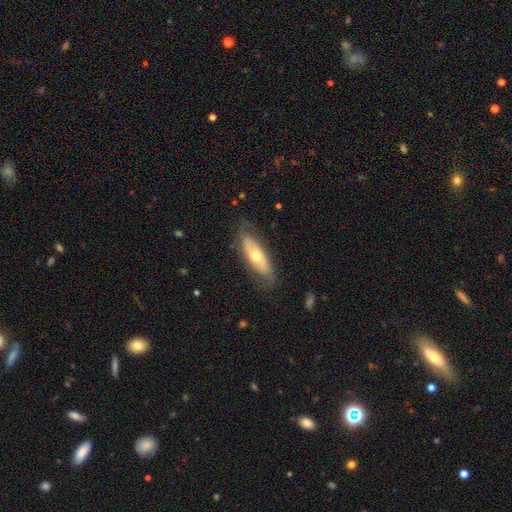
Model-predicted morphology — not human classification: This is possibly a featured or disk galaxy (53%). It is likely not viewed edge-on (71%). Merging: likely none (74%).